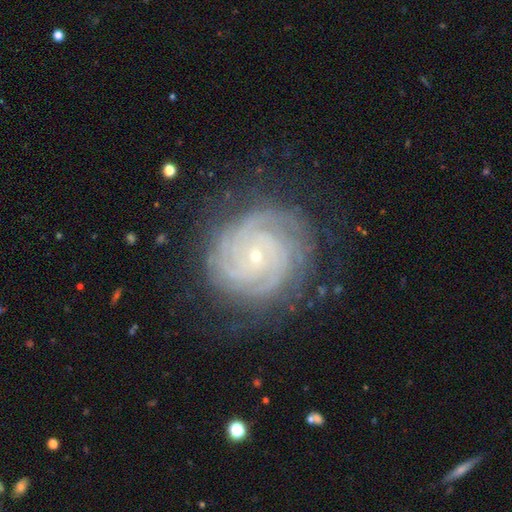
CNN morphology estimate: Smooth or featured? featured or disk (87%)
Edge-on disk? no (98%)
Bar? no (78%)
Spiral arms? yes (98%)
Spiral winding? tight (82%)
Spiral arm count? 4 (26%)
Bulge size? small (84%)
Merging? none (80%)